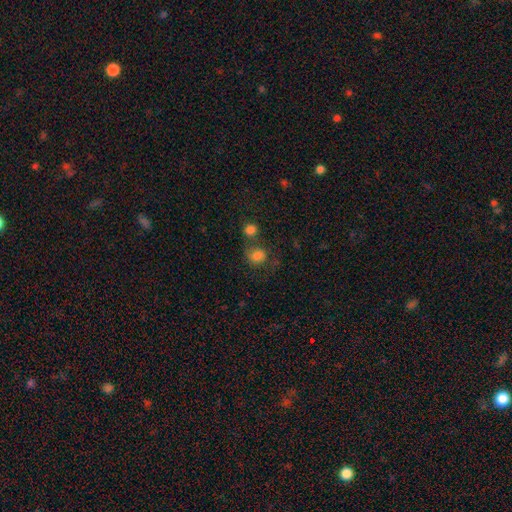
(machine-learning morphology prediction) This appears to be a smooth galaxy with no disk features (59%) that is round (84%). Merging: none (62%).